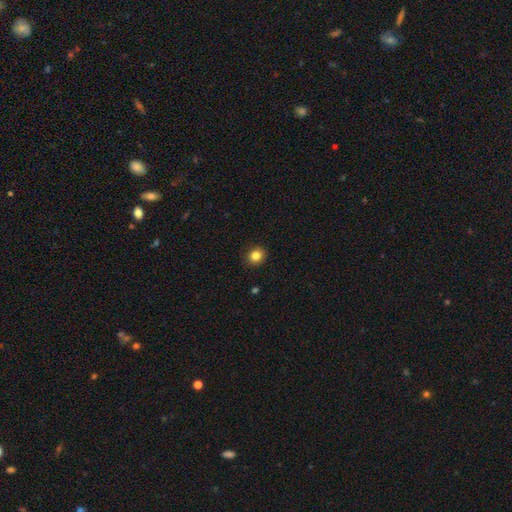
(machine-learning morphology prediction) Overall: smooth (83%). How rounded: round (77%). Merging: none (91%).